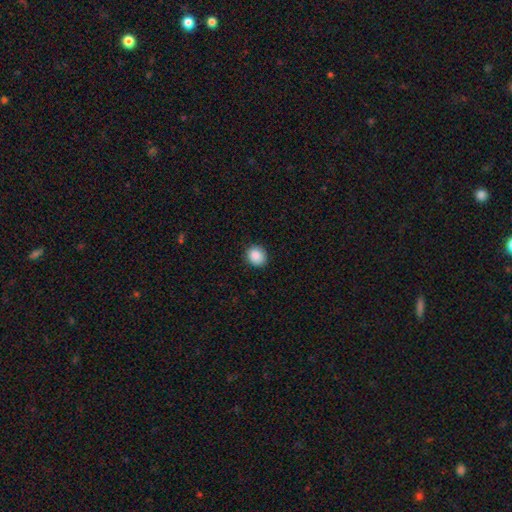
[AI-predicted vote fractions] Smooth or featured? Predicted: smooth (p=0.89). How rounded? Predicted: round (p=0.79). Merging? Predicted: none (p=0.89).